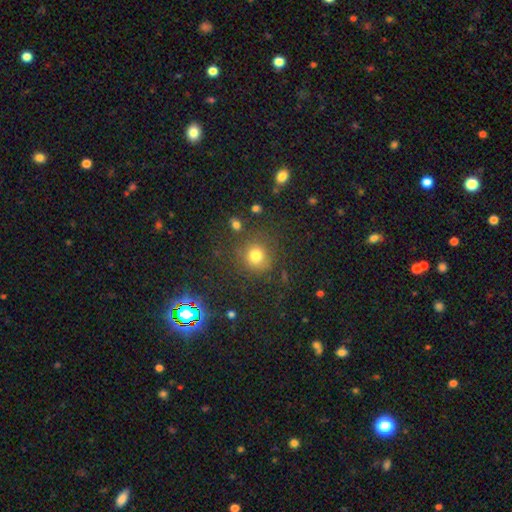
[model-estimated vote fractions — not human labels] Morphology: type=smooth (75%); roundness=round (88%); merging=none (77%).